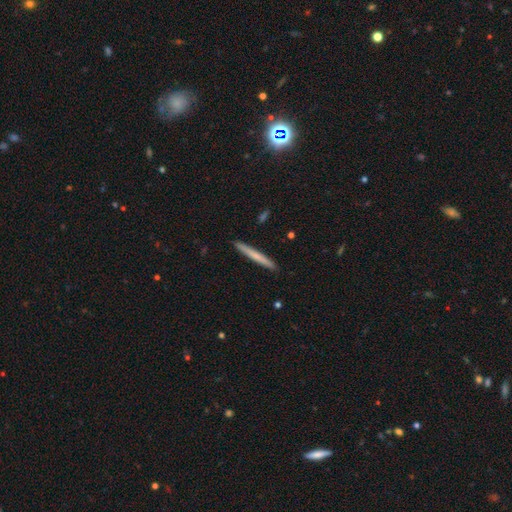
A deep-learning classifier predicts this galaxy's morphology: A smooth galaxy with no disk features (63%) that is cigar-shaped (97%).

Vote fractions:
- Smooth or featured? smooth: 63% / featured or disk: 31% / star or artifact: 5%
- How rounded? cigar-shaped: 97% / in between: 2% / round: 1%
- Merging? none: 92% / minor disturbance: 5% / major disturbance: 1% / merger: 1%